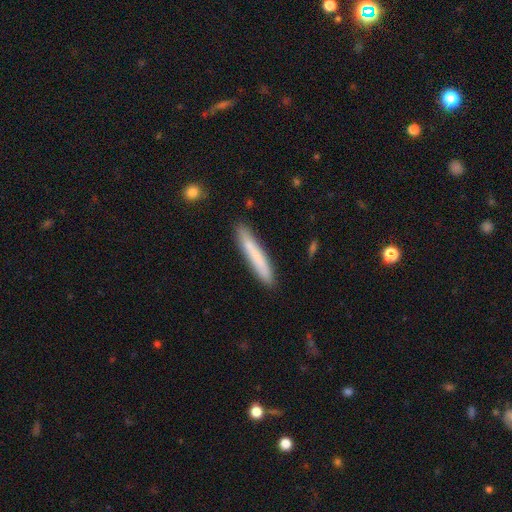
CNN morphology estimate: A smooth galaxy with no disk features (72%) that is cigar-shaped (95%). Merging: none (87%).